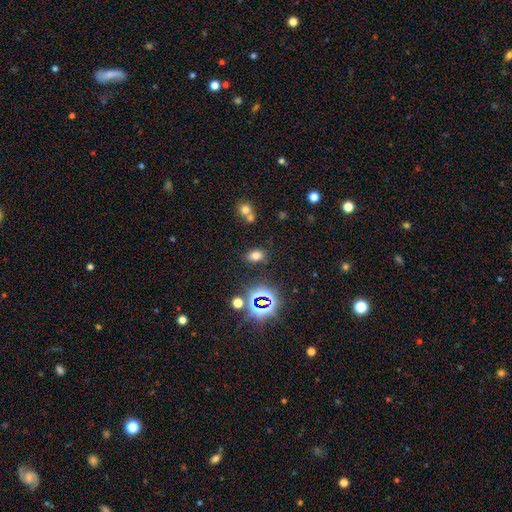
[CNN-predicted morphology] Overall: smooth (67%). How rounded: in between (80%). Merging: none (78%).